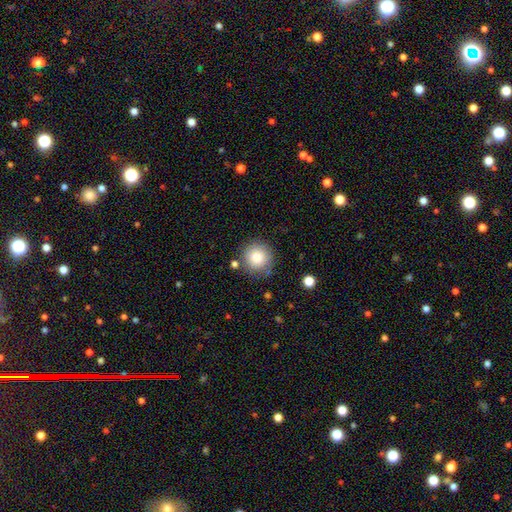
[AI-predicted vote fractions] Smooth or featured: smooth — 84% (star or artifact — 10%)
How rounded: round — 94% (in between — 5%)
Merging: none — 84% (minor disturbance — 10%)